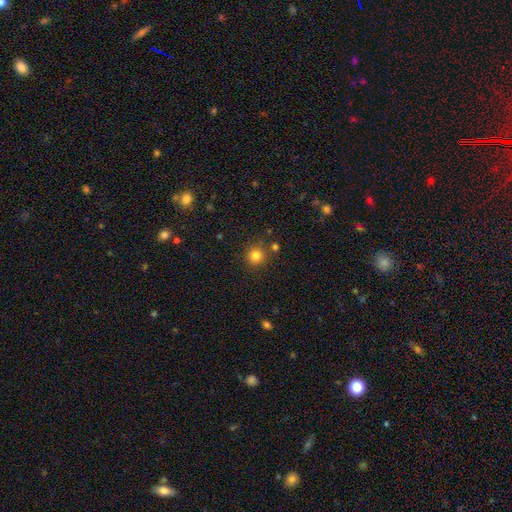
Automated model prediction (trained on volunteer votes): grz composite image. It shows a smooth galaxy with no disk features (81%) that is round (94%). Merging: none (83%).